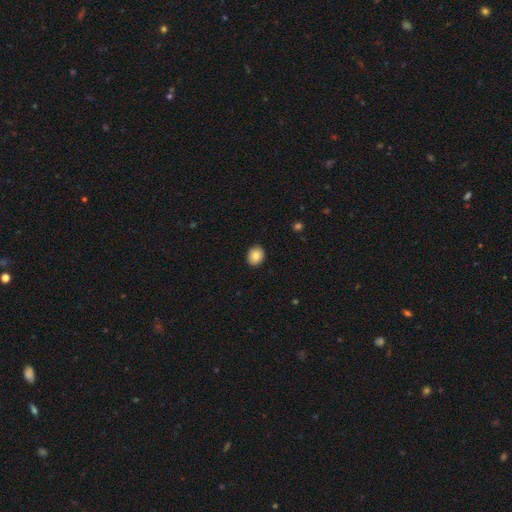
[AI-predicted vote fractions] The model was most divided on "how rounded": round: 62%, in between: 37%, cigar-shaped: 1%. More confident: merging — none (91%); smooth or featured — smooth (84%).